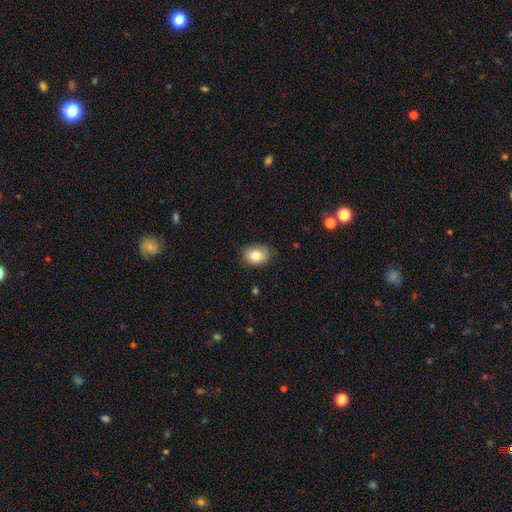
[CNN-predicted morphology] Smooth or featured: smooth — 84% (featured or disk — 9%)
How rounded: in between — 76% (round — 23%)
Merging: none — 79% (minor disturbance — 17%)